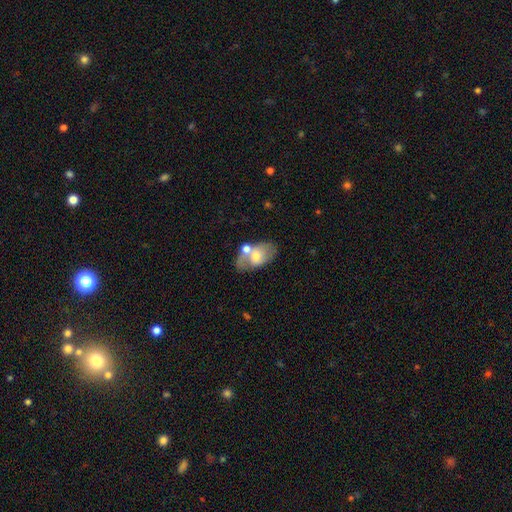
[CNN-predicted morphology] Q: Smooth or featured?
A: smooth (52%); runner-up: featured or disk (42%)
Q: How rounded?
A: in between (89%); runner-up: round (9%)
Q: Merging?
A: none (44%); runner-up: merger (30%)